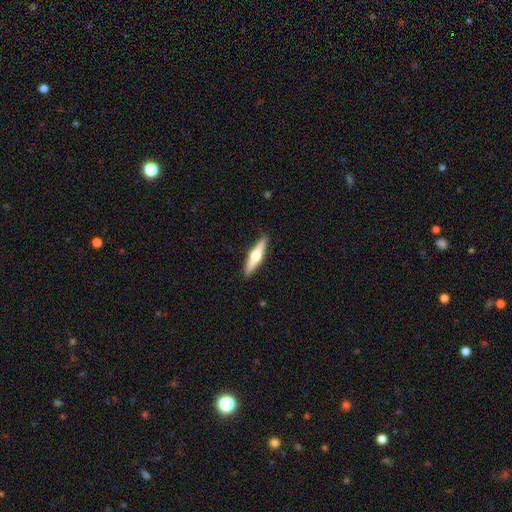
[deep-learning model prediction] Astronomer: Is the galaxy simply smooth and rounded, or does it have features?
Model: featured or disk — 63%.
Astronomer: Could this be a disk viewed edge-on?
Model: yes — 97%.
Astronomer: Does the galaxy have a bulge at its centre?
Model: rounded — 95%.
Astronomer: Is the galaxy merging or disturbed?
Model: none — 90%.